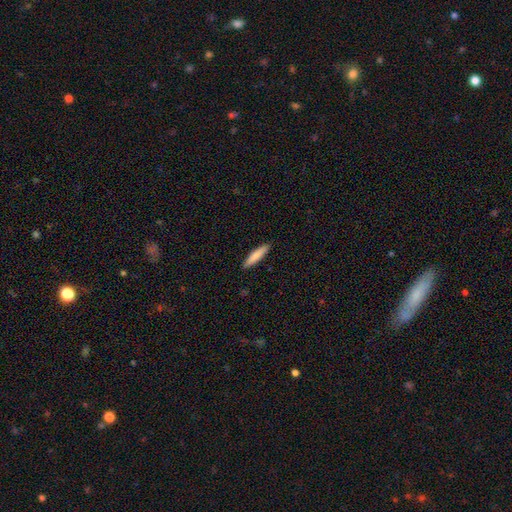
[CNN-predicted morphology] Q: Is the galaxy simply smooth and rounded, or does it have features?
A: smooth — 81%.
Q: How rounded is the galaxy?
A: cigar-shaped — 85%.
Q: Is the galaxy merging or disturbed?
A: none — 90%.